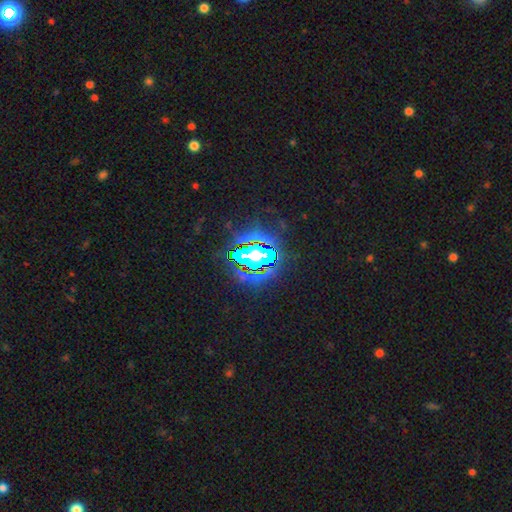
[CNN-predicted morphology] Smooth or featured?
  - star or artifact: 72% *
  - featured or disk: 14%
  - smooth: 14%